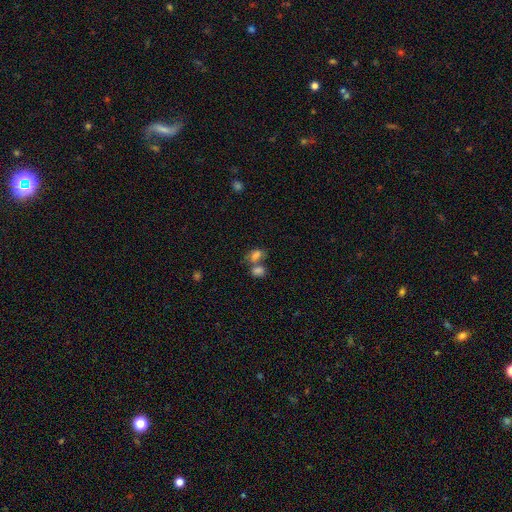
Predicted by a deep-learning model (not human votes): smooth 76%, featured or disk 12%, star or artifact 12%. Down the decision tree: how rounded — in between (84%); merging — merger (56%).